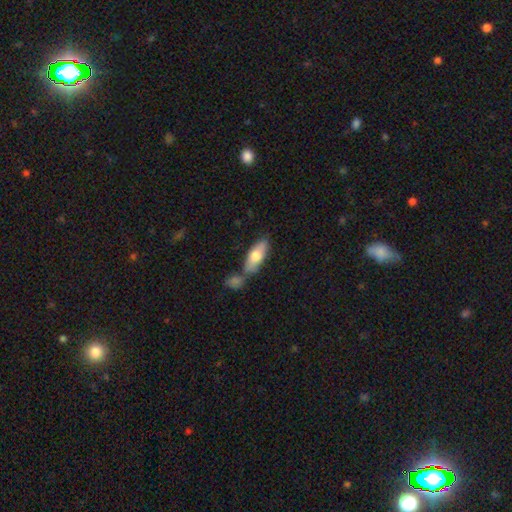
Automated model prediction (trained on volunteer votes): Q: Smooth or featured?
A: smooth (70%); runner-up: featured or disk (25%)
Q: How rounded?
A: in between (73%); runner-up: cigar-shaped (24%)
Q: Merging?
A: none (59%); runner-up: merger (24%)